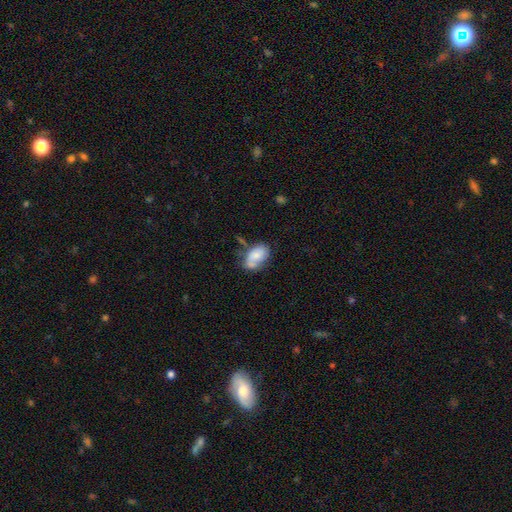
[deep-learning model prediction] Smooth or featured?
  - smooth: 69% *
  - featured or disk: 23%
  - star or artifact: 8%
How rounded?
  - in between: 88% *
  - round: 11%
  - cigar-shaped: 2%
Merging?
  - none: 37% *
  - minor disturbance: 26%
  - merger: 25%
  - major disturbance: 12%